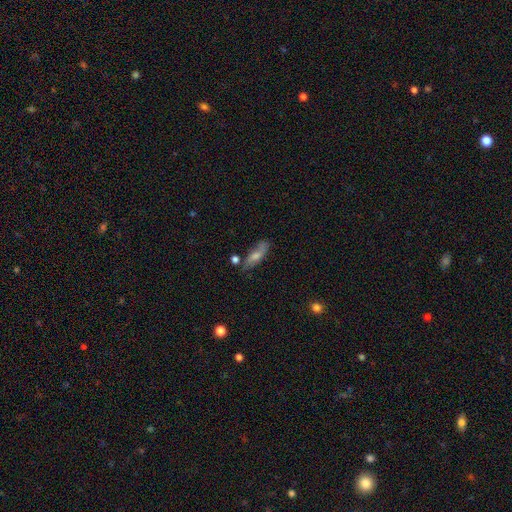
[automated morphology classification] A featured or disk galaxy (46%). Merging: none (68%).